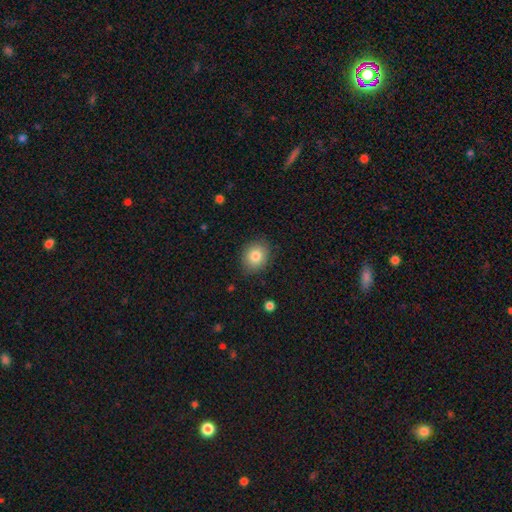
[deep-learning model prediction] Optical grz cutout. It shows a smooth galaxy with no disk features (82%) that is round (65%). Merging: none (86%).